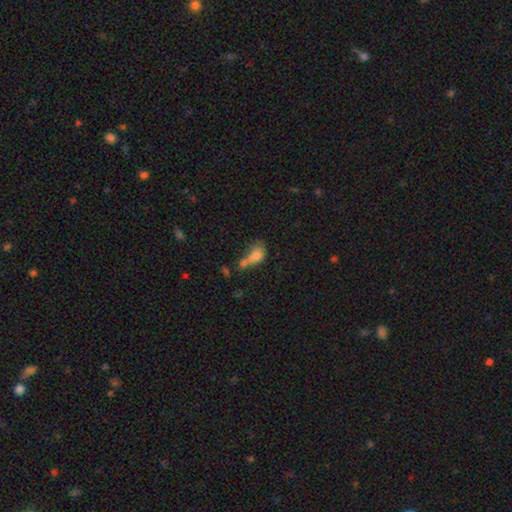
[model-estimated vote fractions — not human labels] Overall: smooth (72%). How rounded: in between (68%; round 29%). Merging: merger (51%; none 22%).